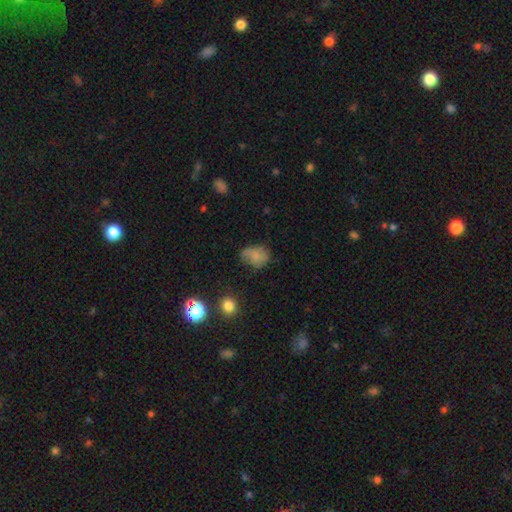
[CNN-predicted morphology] type=smooth (70%); roundness=in between (62%); merging=none (45%).